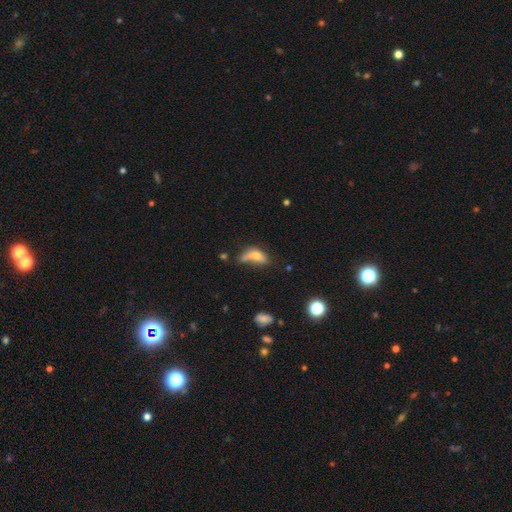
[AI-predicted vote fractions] Smooth or featured: smooth — 57% (featured or disk — 29%)
How rounded: in between — 73% (cigar-shaped — 16%)
Merging: merger — 29% (major disturbance — 27%)